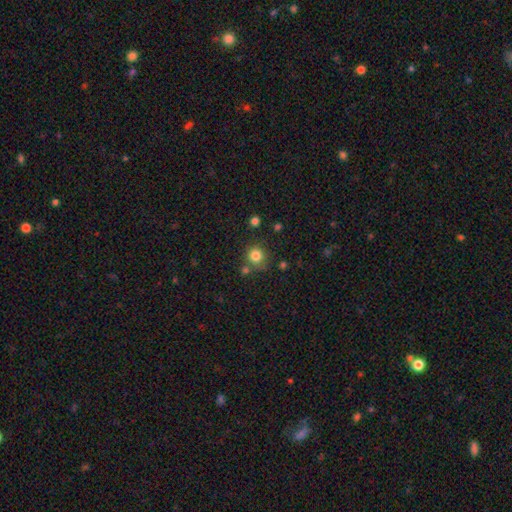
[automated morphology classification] Smooth or featured? smooth (82%)
How rounded? round (90%)
Merging? none (74%)